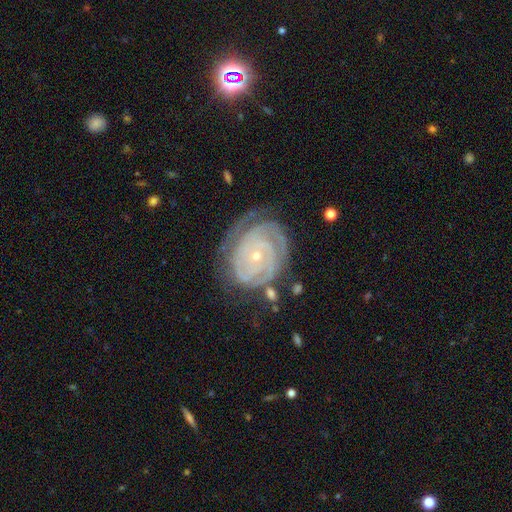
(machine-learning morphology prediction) Smooth or featured: featured or disk — 90% (star or artifact — 5%)
Edge-on disk: no — 97% (yes — 3%)
Bar: no — 76% (weak — 17%)
Spiral arms: yes — 98% (no — 2%)
Spiral winding: tight — 85% (medium — 13%)
Spiral arm count: 3 — 28% (2 — 24%)
Bulge size: small — 78% (moderate — 19%)
Merging: none — 68% (minor disturbance — 20%)